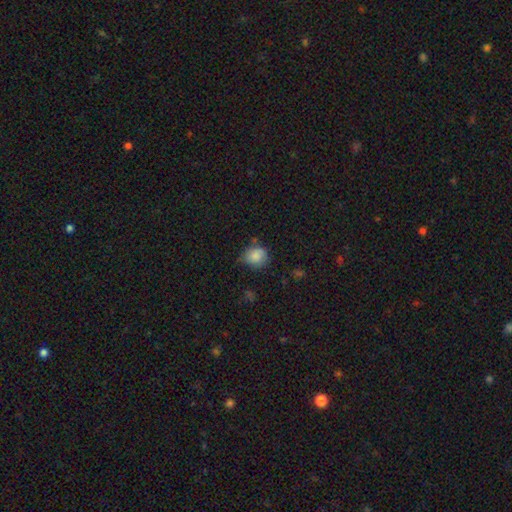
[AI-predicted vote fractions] This is clearly a smooth galaxy (81%). How rounded: likely round (75%). Merging: likely none (60%).